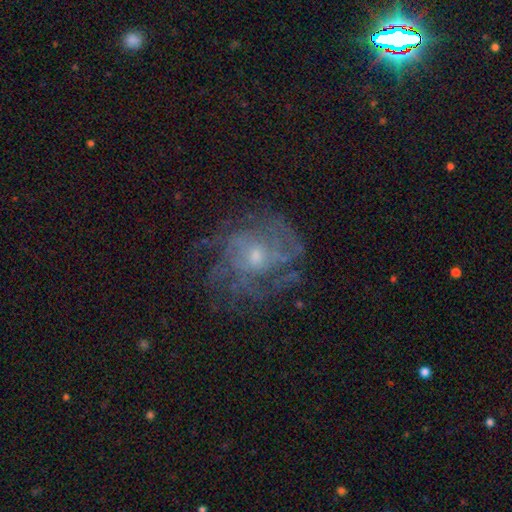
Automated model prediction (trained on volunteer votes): Smooth or featured: featured or disk — 75% (star or artifact — 14%)
Edge-on disk: no — 97% (yes — 3%)
Bar: no — 75% (weak — 21%)
Spiral arms: yes — 86% (no — 14%)
Spiral winding: tight — 46% (medium — 38%)
Spiral arm count: can't tell — 42% (4 — 17%)
Bulge size: small — 57% (moderate — 37%)
Merging: none — 70% (minor disturbance — 16%)